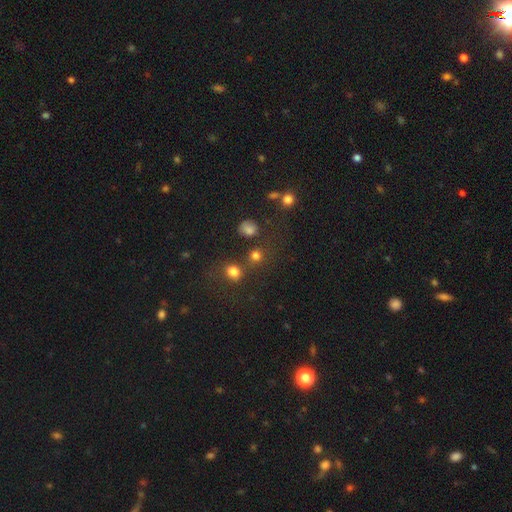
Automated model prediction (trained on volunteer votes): A smooth galaxy with no disk features (77%) that is round (85%). Merging: none (69%).